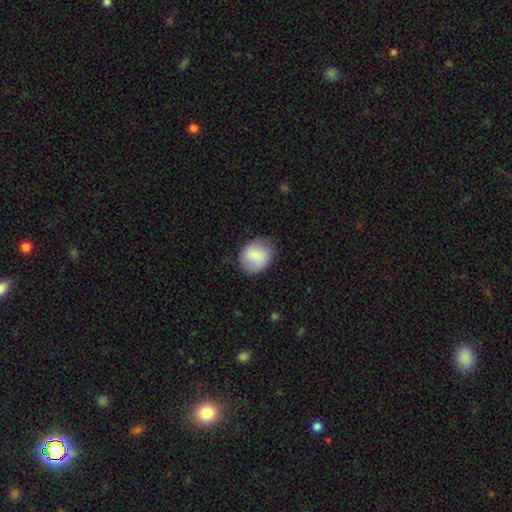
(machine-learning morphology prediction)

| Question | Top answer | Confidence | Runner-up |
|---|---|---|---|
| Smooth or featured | smooth | 82% | featured or disk (12%) |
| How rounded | round | 61% | in between (38%) |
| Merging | none | 76% | minor disturbance (18%) |